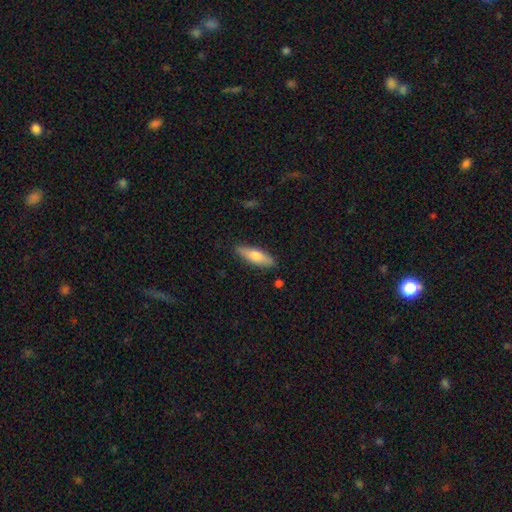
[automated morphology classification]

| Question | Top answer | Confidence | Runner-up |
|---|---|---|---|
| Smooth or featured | smooth | 68% | featured or disk (26%) |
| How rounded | cigar-shaped | 53% | in between (45%) |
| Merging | none | 87% | minor disturbance (9%) |